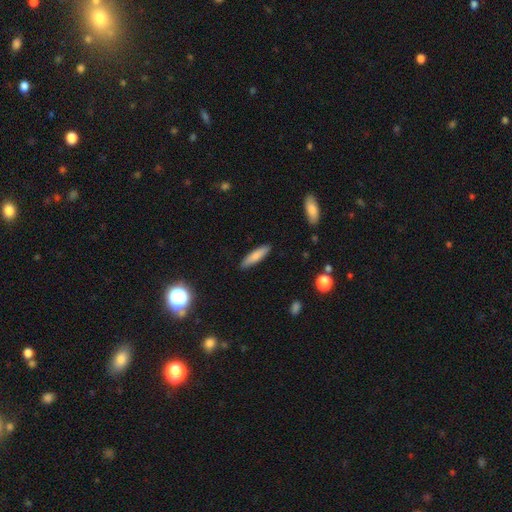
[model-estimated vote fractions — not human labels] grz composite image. It shows a smooth galaxy with no disk features (81%) that is cigar-shaped (75%). Merging: none (88%).